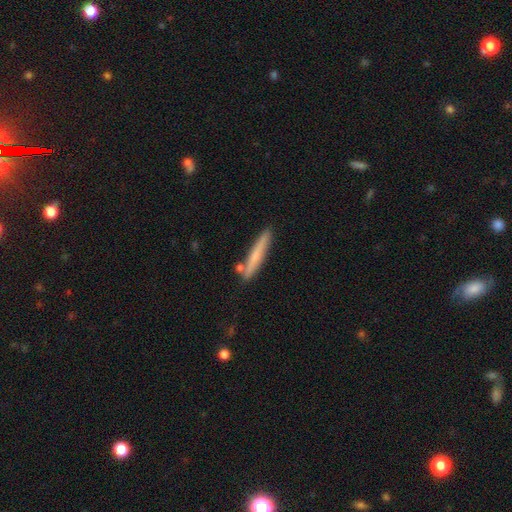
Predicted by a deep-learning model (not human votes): Smooth or featured: smooth — 62% (featured or disk — 32%)
How rounded: cigar-shaped — 94% (in between — 4%)
Merging: none — 83% (minor disturbance — 11%)